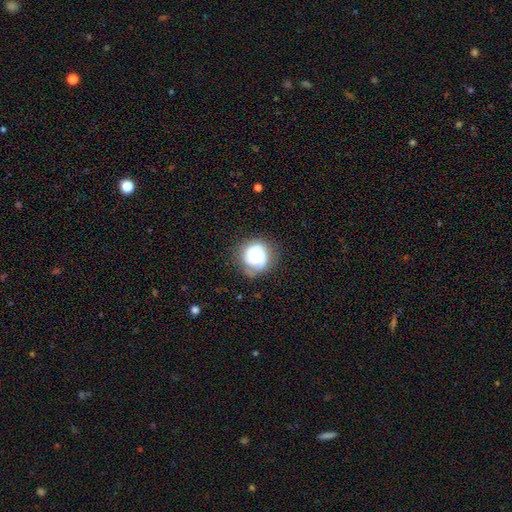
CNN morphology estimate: The model was most divided on "smooth or featured": featured or disk: 48%, smooth: 44%, star or artifact: 9%. More confident: merging — none (67%).